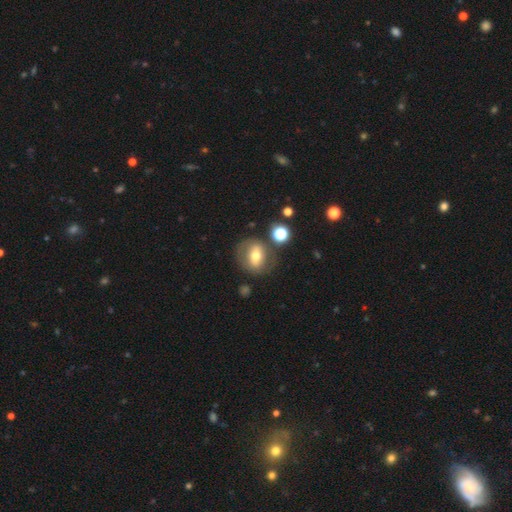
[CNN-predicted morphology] type=smooth (51%); roundness=round (56%); merging=none (71%).